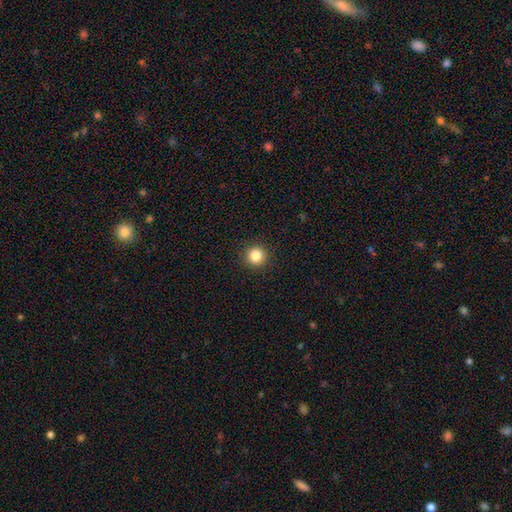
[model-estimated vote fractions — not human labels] Smooth or featured? Predicted: smooth (p=0.84). How rounded? Predicted: round (p=0.95). Merging? Predicted: none (p=0.92).